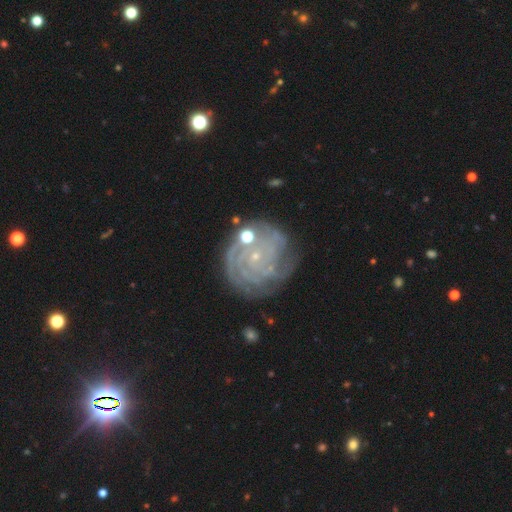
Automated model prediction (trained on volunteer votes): This appears to be a featured or disk galaxy (82%) with no bar (78%), tight (80%) spiral arms (95%) and a small central bulge (86%). Merging: none (70%).